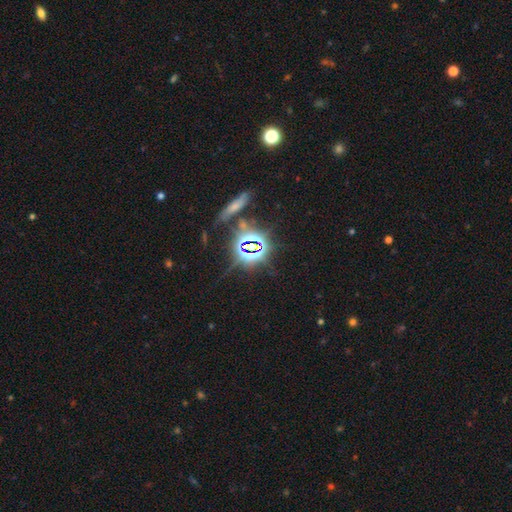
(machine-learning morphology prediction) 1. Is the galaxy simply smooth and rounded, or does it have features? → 79% star or artifact, 12% smooth, 10% featured or disk.